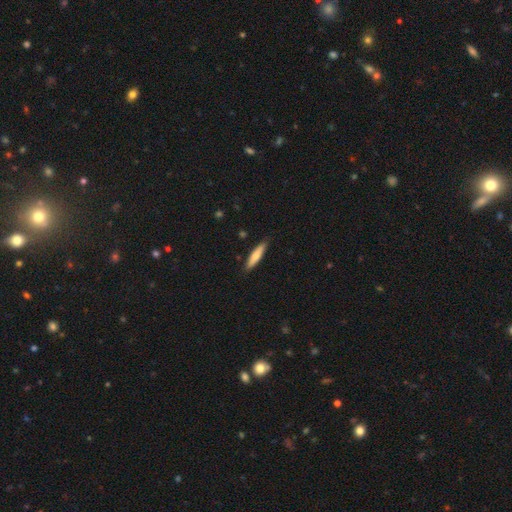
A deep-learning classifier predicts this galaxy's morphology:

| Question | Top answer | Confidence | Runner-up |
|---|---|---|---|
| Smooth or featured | smooth | 72% | featured or disk (23%) |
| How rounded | cigar-shaped | 83% | in between (16%) |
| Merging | none | 87% | minor disturbance (10%) |